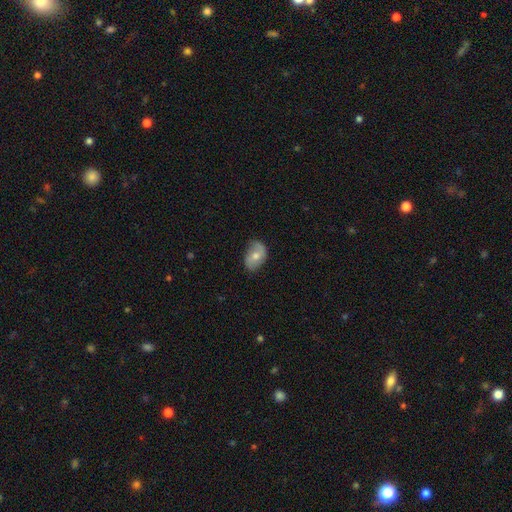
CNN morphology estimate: smooth_or_featured: smooth (p=0.53) [alt: featured or disk p=0.39]
how_rounded: in between (p=0.85) [alt: round p=0.14]
merging: none (p=0.68) [alt: minor disturbance p=0.25]